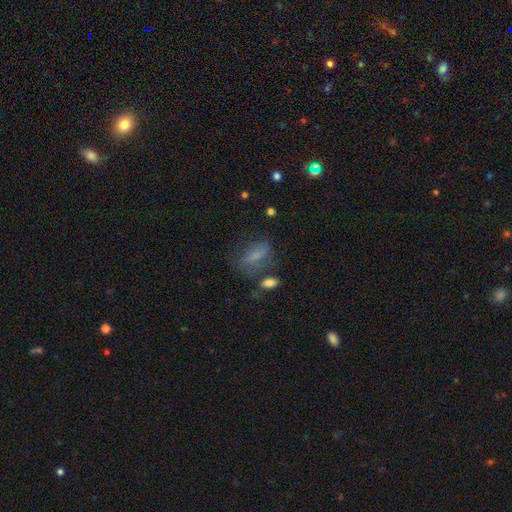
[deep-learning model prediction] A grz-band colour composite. It shows a smooth galaxy with no disk features (63%) that is in between round and cigar-shaped (79%). Merging: none (47%).